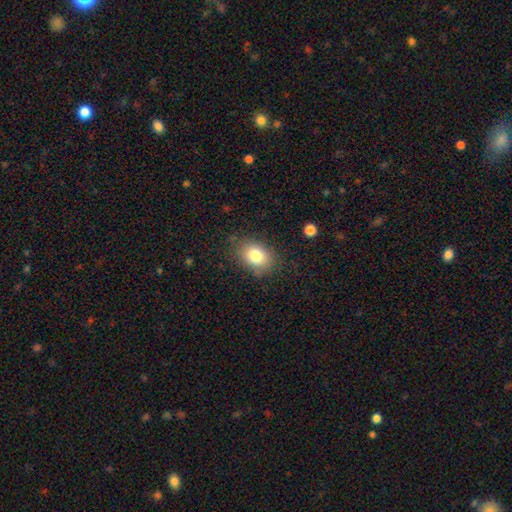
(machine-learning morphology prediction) smooth_or_featured: smooth (p=0.80) [alt: star or artifact p=0.10]
how_rounded: in between (p=0.68) [alt: round p=0.31]
merging: none (p=0.81) [alt: minor disturbance p=0.14]